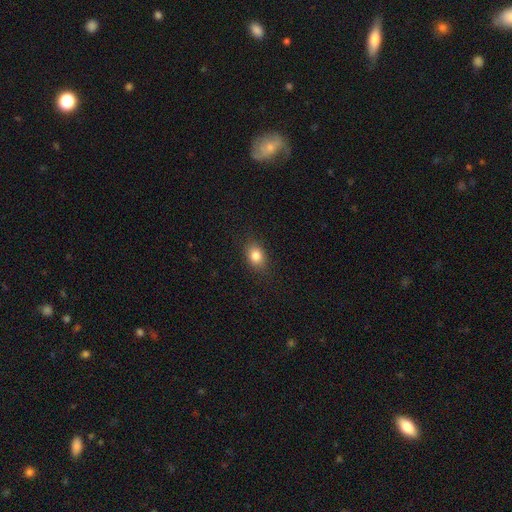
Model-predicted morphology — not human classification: Q: Smooth or featured?
A: smooth (83%); runner-up: star or artifact (10%)
Q: How rounded?
A: in between (69%); runner-up: round (29%)
Q: Merging?
A: none (85%); runner-up: minor disturbance (11%)